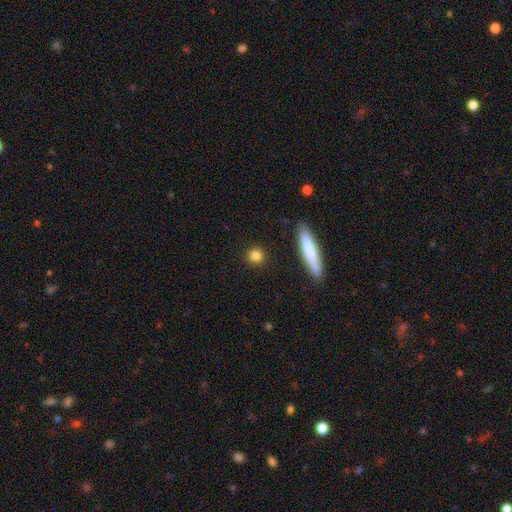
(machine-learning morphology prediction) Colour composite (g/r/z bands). It shows a smooth galaxy with no disk features (83%) that is round (82%). Merging: none (90%).